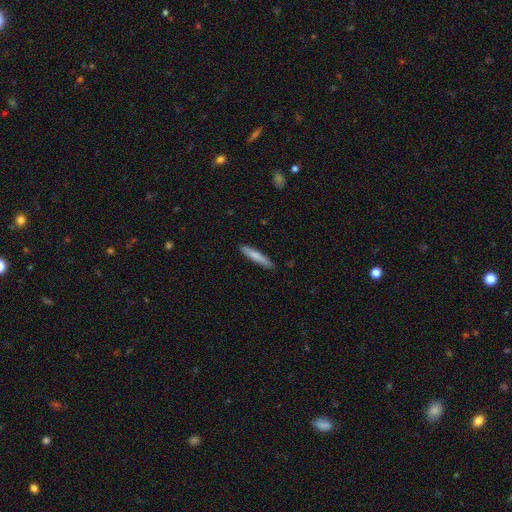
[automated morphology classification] smooth 76%, featured or disk 18%, star or artifact 5%. Down the decision tree: how rounded — cigar-shaped (92%); merging — none (88%).